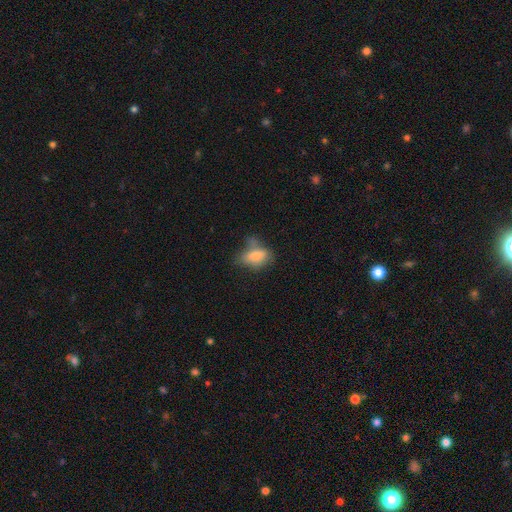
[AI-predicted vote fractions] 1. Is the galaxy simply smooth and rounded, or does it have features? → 72% smooth, 18% featured or disk, 10% star or artifact.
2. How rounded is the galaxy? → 84% in between, 10% round, 6% cigar-shaped.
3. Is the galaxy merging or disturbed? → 39% none, 32% minor disturbance, 18% major disturbance, 10% merger.